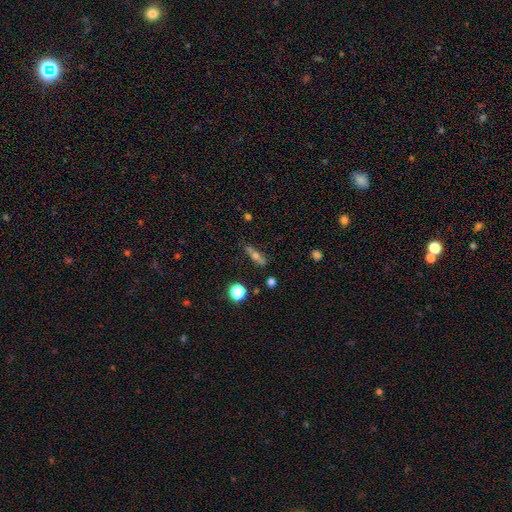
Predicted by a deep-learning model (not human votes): Smooth or featured: smooth — 49% (featured or disk — 39%)
Merging: none — 72% (minor disturbance — 17%)